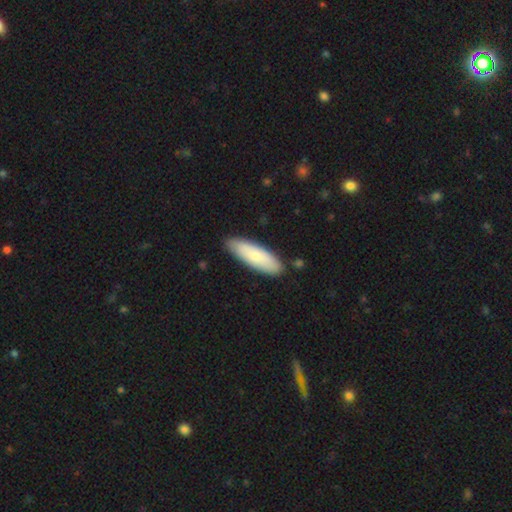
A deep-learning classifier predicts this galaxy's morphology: The model was most divided on "how rounded": in between: 52%, cigar-shaped: 46%, round: 2%. More confident: merging — none (84%); smooth or featured — smooth (75%).